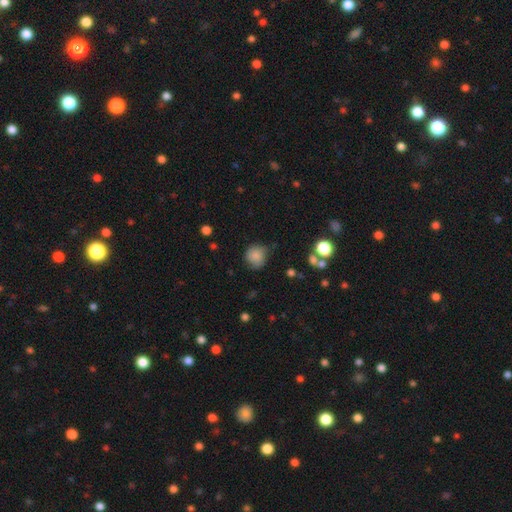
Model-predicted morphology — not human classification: smooth 83%, star or artifact 10%, featured or disk 8%. Down the decision tree: how rounded — round (86%); merging — none (69%).